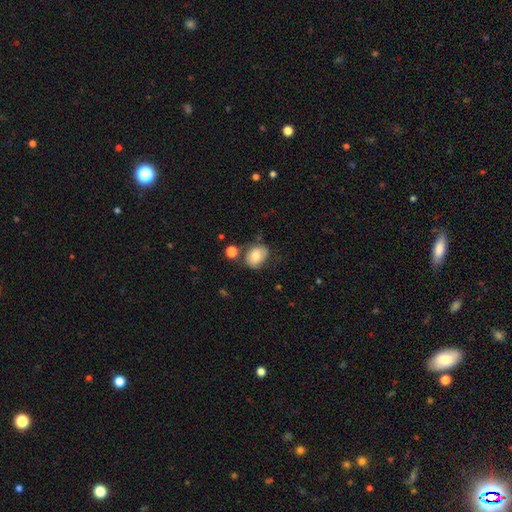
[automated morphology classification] Overall: smooth (72%). How rounded: in between (53%; round 46%). Merging: none (61%; minor disturbance 22%).